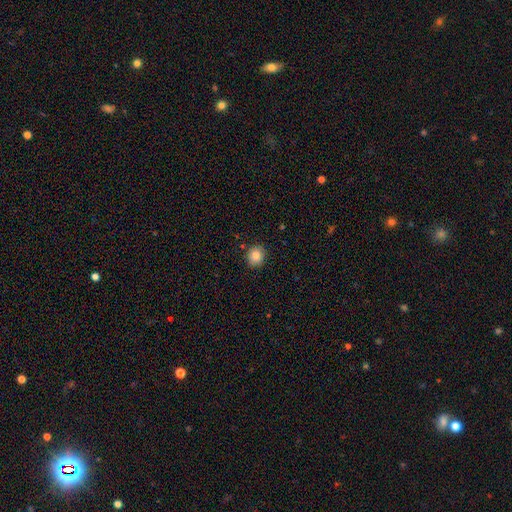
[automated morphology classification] smooth_or_featured: smooth (p=0.87) [alt: star or artifact p=0.09]
how_rounded: round (p=0.77) [alt: in between p=0.23]
merging: none (p=0.87) [alt: minor disturbance p=0.09]